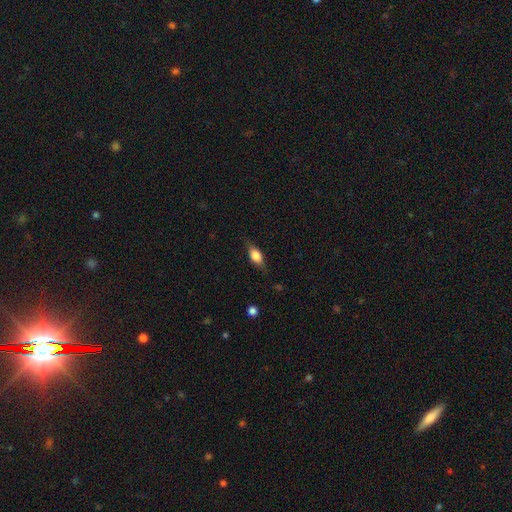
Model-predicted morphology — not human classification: Q: Smooth or featured?
A: smooth (71%); runner-up: featured or disk (21%)
Q: How rounded?
A: in between (80%); runner-up: cigar-shaped (13%)
Q: Merging?
A: none (76%); runner-up: minor disturbance (18%)